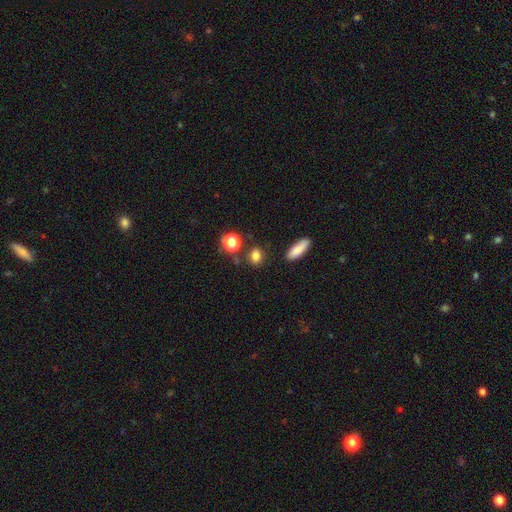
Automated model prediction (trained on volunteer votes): Smooth or featured: smooth — 81% (star or artifact — 14%)
How rounded: round — 49% (in between — 47%)
Merging: none — 78% (minor disturbance — 12%)